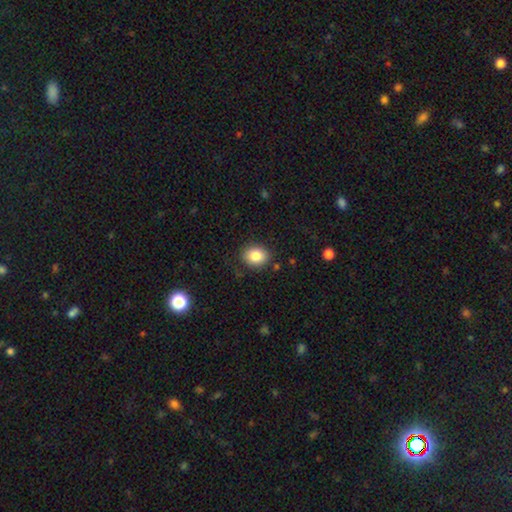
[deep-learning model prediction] Morphology: type=smooth (84%); roundness=round (55%); merging=none (86%).